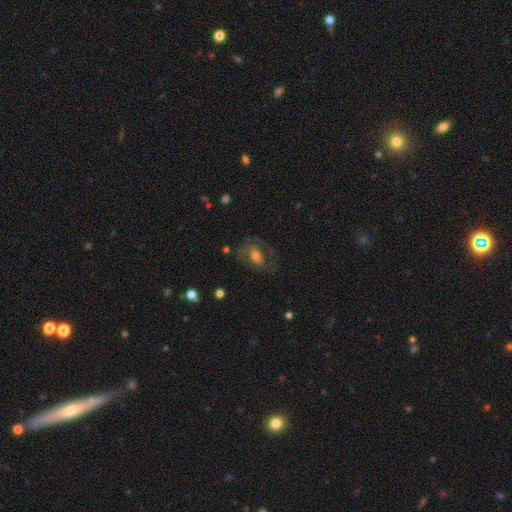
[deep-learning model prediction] featured or disk 46%, smooth 45%, star or artifact 10%. Down the decision tree: merging — none (57%).